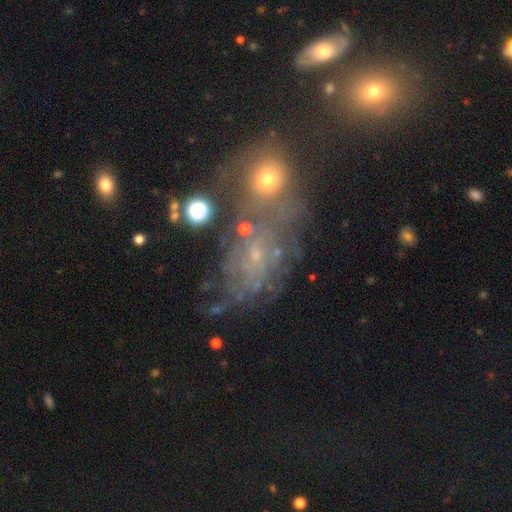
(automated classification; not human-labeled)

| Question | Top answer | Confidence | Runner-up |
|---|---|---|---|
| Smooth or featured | featured or disk | 51% | star or artifact (25%) |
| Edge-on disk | no | 95% | yes (5%) |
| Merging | none | 43% | merger (22%) |